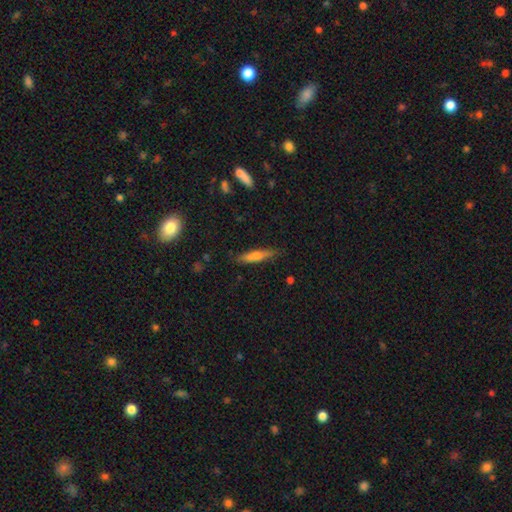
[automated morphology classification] This is possibly a smooth galaxy (52%). How rounded: clearly cigar-shaped (88%). Merging: clearly none (84%).